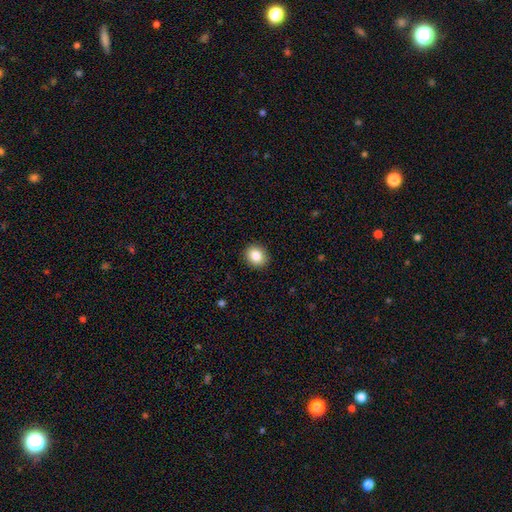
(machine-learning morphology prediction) smooth-or-featured: smooth: 85% | star or artifact: 9% | featured or disk: 6%
  how-rounded: round: 64% | in between: 35% | cigar-shaped: 1%
  merging: none: 91% | minor disturbance: 7% | major disturbance: 2% | merger: 1%